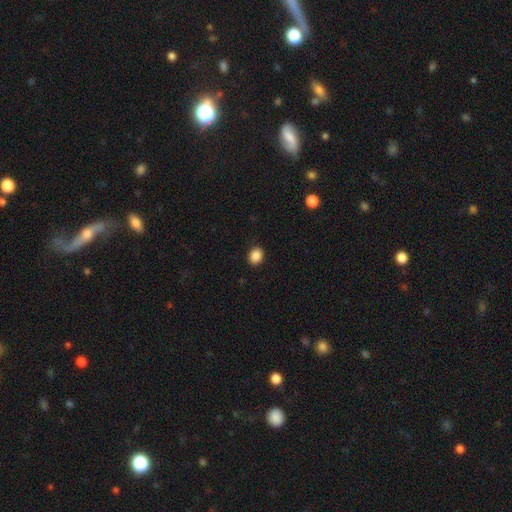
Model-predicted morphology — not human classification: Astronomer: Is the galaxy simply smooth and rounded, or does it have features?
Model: smooth — 88%.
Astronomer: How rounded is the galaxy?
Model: round — 59% (runner-up: in between, 40%).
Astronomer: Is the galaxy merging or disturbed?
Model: none — 90%.